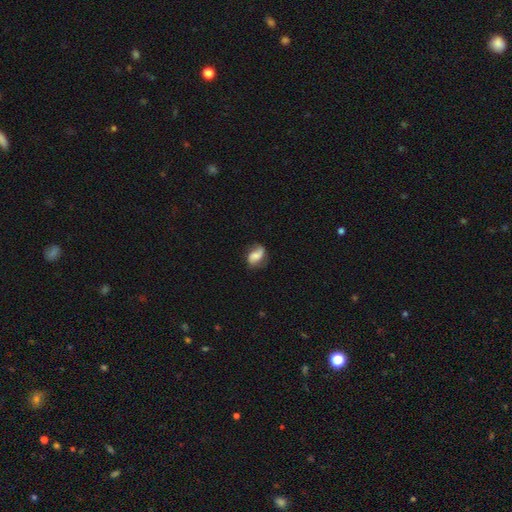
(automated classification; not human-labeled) This is possibly a featured or disk galaxy (49%). Merging: likely none (60%).